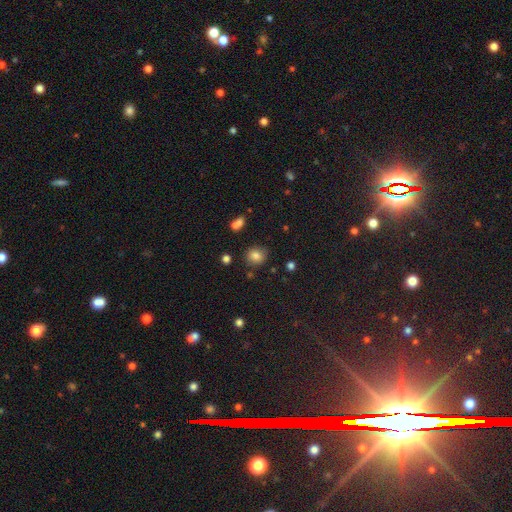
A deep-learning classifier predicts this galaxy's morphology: Overall: smooth (81%). How rounded: round (74%). Merging: none (79%).